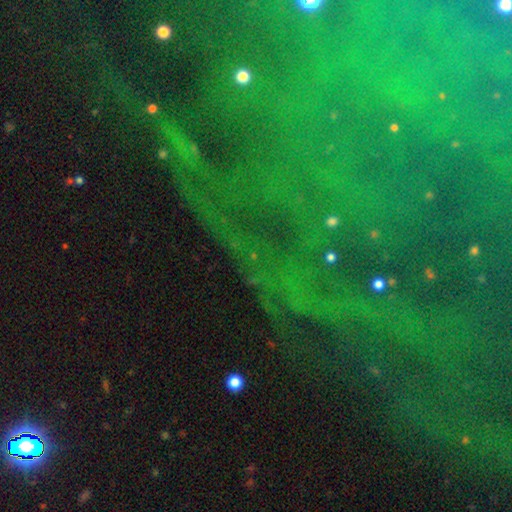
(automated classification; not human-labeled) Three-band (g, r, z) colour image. It shows a star or artifact, not a galaxy (81%).